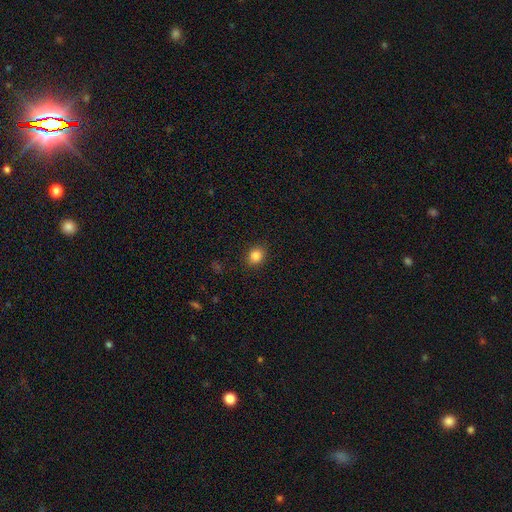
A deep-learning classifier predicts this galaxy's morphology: Smooth or featured?
  - smooth: 83% *
  - star or artifact: 11%
  - featured or disk: 5%
How rounded?
  - round: 67% *
  - in between: 32%
  - cigar-shaped: 1%
Merging?
  - none: 89% *
  - minor disturbance: 8%
  - major disturbance: 2%
  - merger: 1%